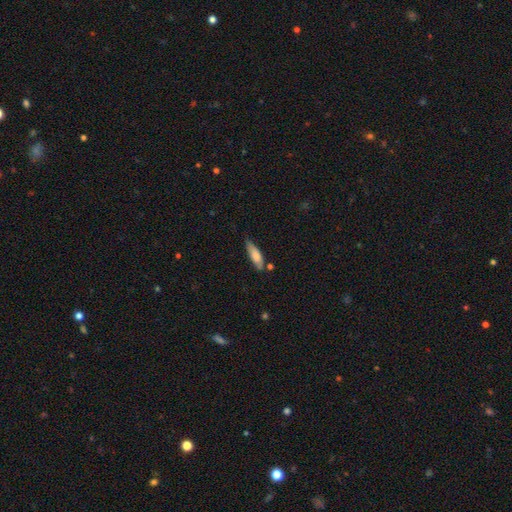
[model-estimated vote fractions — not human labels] The model was most divided on "how rounded": cigar-shaped: 52%, in between: 46%, round: 2%. More confident: smooth or featured — smooth (77%); merging — none (57%).